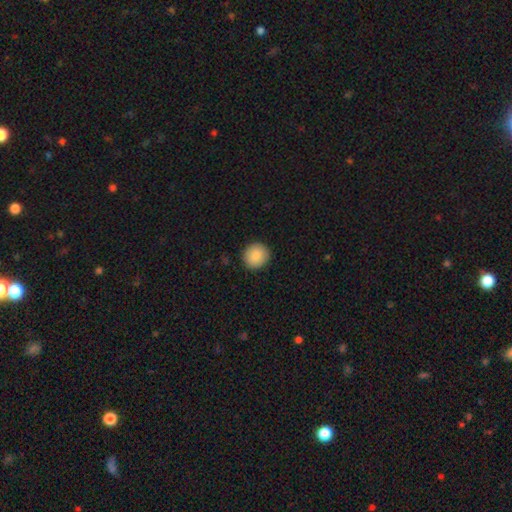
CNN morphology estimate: The model was most divided on "how rounded": round: 88%, in between: 11%, cigar-shaped: 1%. More confident: merging — none (91%); smooth or featured — smooth (88%).